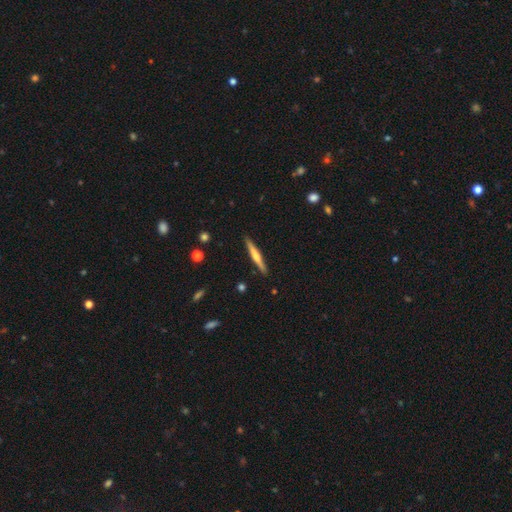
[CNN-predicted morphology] Smooth or featured: featured or disk — 55% (smooth — 39%)
Edge-on disk: yes — 97% (no — 3%)
Edge-on bulge: rounded — 68% (none — 21%)
Merging: none — 91% (minor disturbance — 7%)